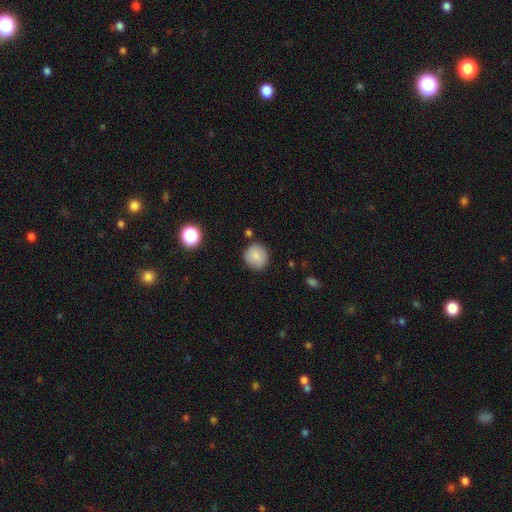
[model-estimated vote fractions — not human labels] Smooth or featured? smooth (84%)
How rounded? round (90%)
Merging? none (85%)